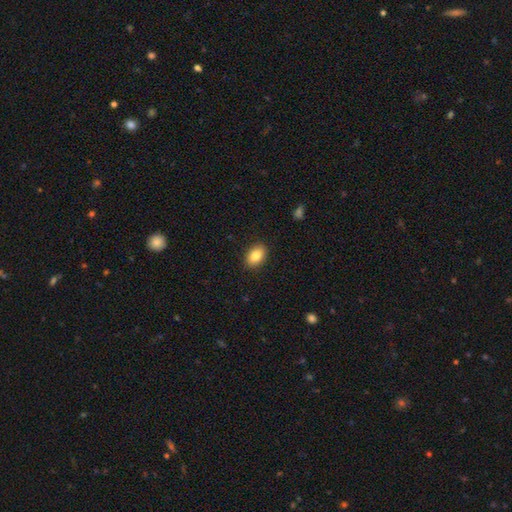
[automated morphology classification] The model was most divided on "how rounded": in between: 84%, round: 14%, cigar-shaped: 1%. More confident: merging — none (89%); smooth or featured — smooth (85%).